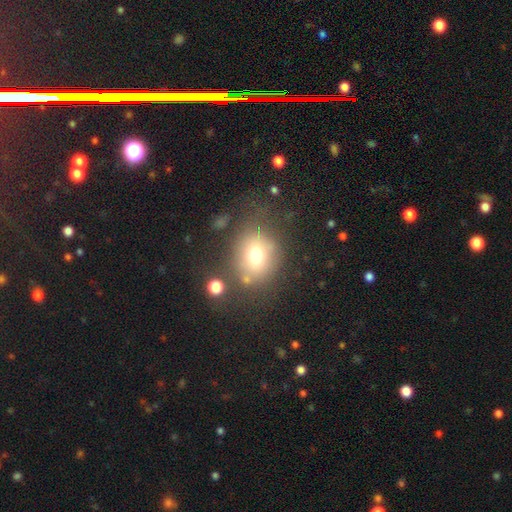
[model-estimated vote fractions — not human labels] Morphology: type=smooth (70%); roundness=round (60%); merging=none (66%).